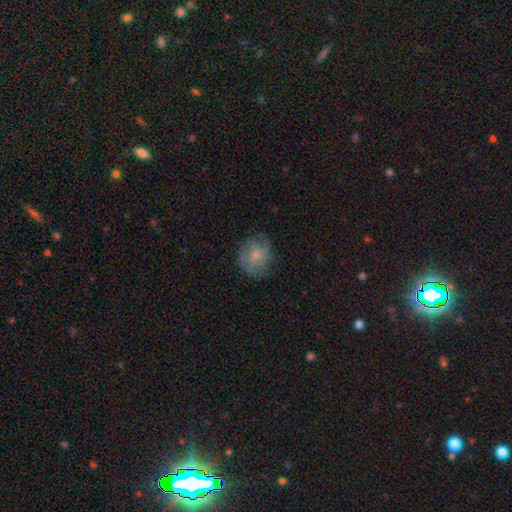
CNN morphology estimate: featured or disk 46%, smooth 45%, star or artifact 8%. Down the decision tree: merging — none (68%).